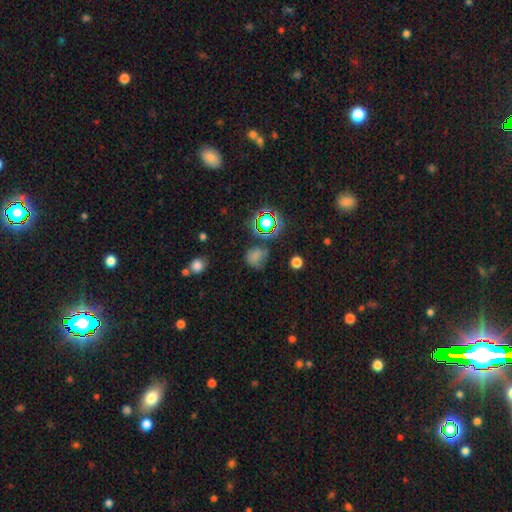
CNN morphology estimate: Smooth or featured? Predicted: smooth (p=0.61). How rounded? Predicted: round (p=0.69). Merging? Predicted: none (p=0.53).